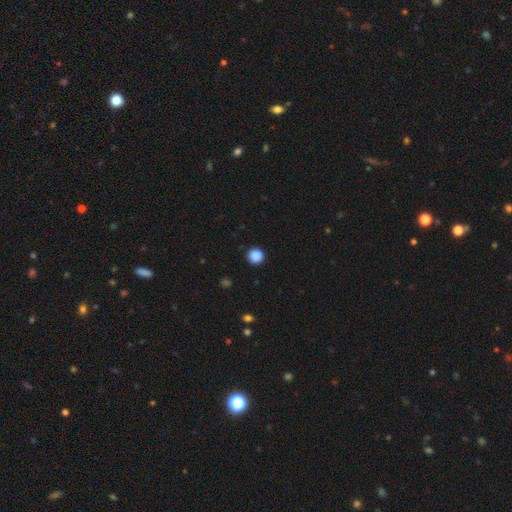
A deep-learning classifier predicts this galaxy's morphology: A smooth galaxy with no disk features (88%) that is round (94%). Merging: none (91%).